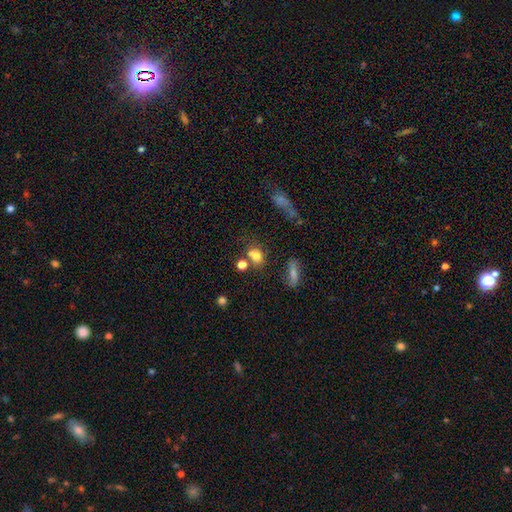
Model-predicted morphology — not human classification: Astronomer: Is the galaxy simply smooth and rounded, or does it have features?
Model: smooth — 74%.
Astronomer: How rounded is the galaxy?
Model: in between — 50% (runner-up: round, 48%).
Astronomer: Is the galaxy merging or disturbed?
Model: none — 45% (runner-up: merger, 32%).